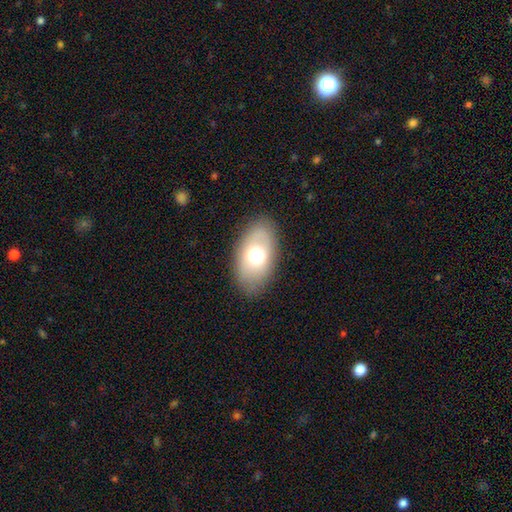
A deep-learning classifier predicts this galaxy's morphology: A smooth galaxy with no disk features (67%) that is in between round and cigar-shaped (91%).

Vote fractions:
- Smooth or featured? smooth: 67% / featured or disk: 25% / star or artifact: 8%
- How rounded? in between: 91% / round: 7% / cigar-shaped: 2%
- Merging? none: 83% / minor disturbance: 12% / major disturbance: 4% / merger: 1%